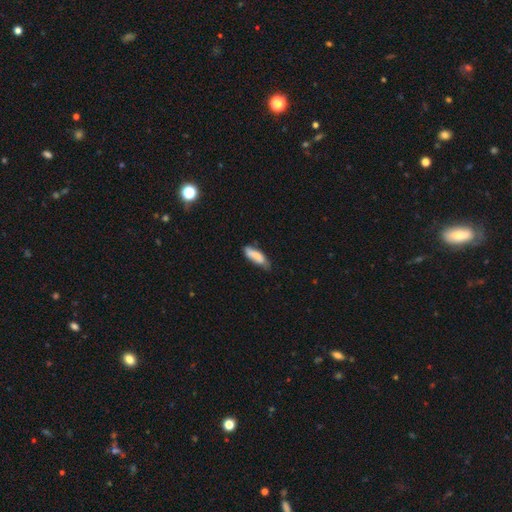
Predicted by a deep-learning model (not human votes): Overall: smooth (78%). How rounded: in between (57%; cigar-shaped 41%). Merging: none (61%; minor disturbance 31%).